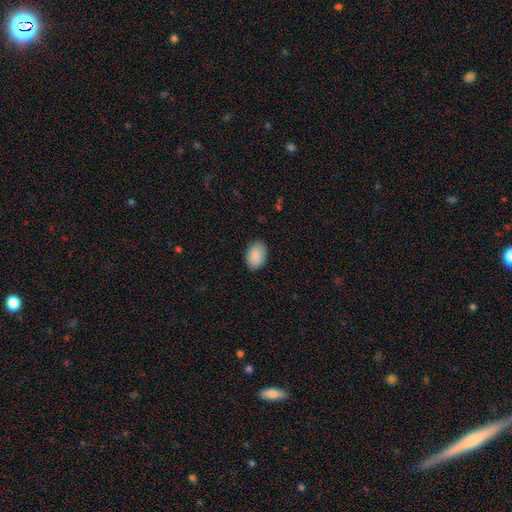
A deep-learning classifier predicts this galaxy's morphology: type=smooth (90%); roundness=in between (84%); merging=none (85%).